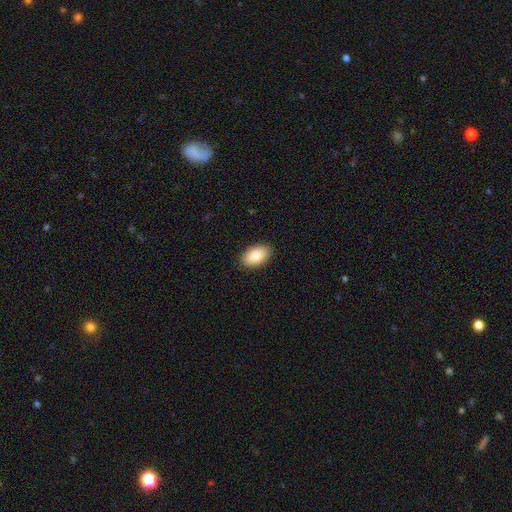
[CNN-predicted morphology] Smooth or featured? Predicted: smooth (p=0.86). How rounded? Predicted: in between (p=0.93). Merging? Predicted: none (p=0.89).